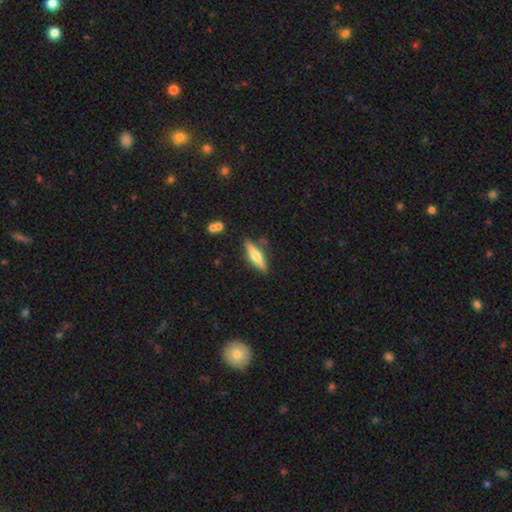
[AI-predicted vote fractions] Overall: featured or disk (53%; smooth 41%). Edge-on disk: yes (95%). Merging: none (82%).